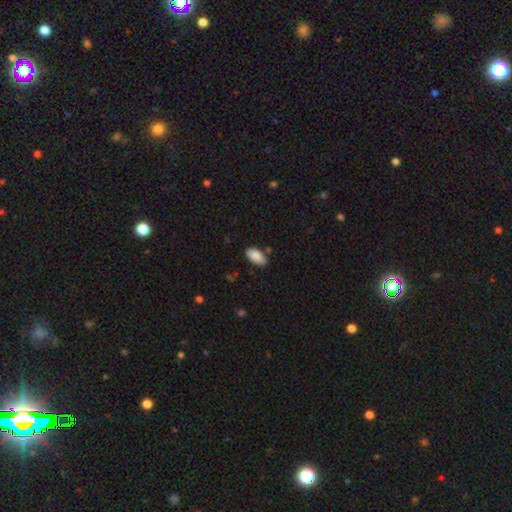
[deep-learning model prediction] Smooth or featured? smooth (85%)
How rounded? in between (94%)
Merging? none (71%)